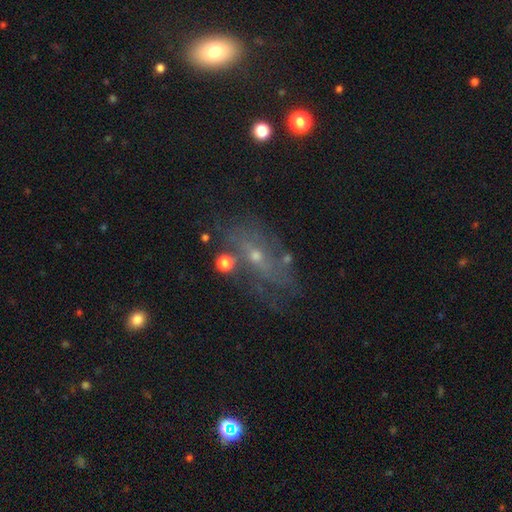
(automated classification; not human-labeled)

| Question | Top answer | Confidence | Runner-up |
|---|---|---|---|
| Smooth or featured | featured or disk | 51% | star or artifact (24%) |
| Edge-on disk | no | 83% | yes (17%) |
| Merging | none | 63% | minor disturbance (18%) |